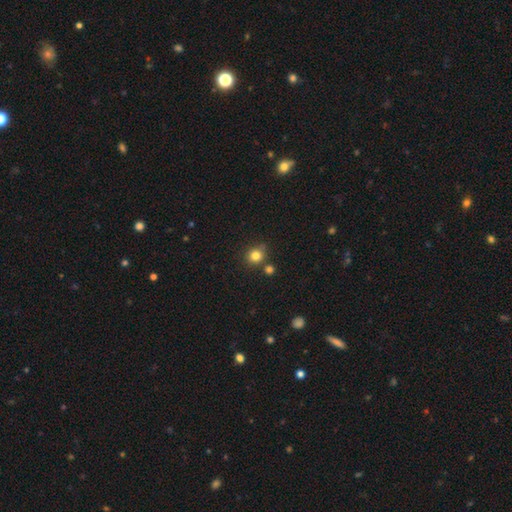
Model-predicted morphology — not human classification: smooth 82%, star or artifact 12%, featured or disk 6%. Down the decision tree: how rounded — round (83%); merging — none (72%).